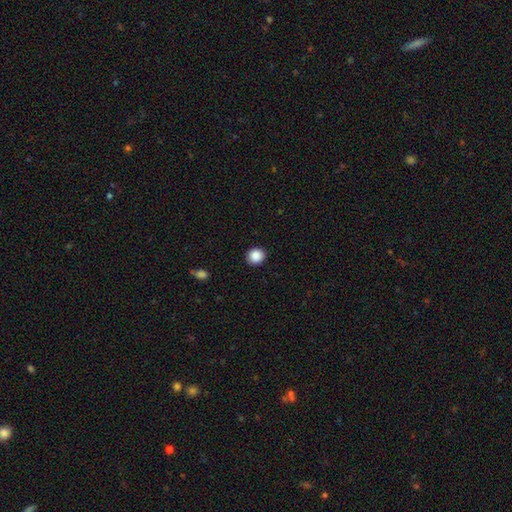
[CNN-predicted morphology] This is clearly a smooth galaxy (88%). How rounded: clearly round (88%). Merging: clearly none (92%).